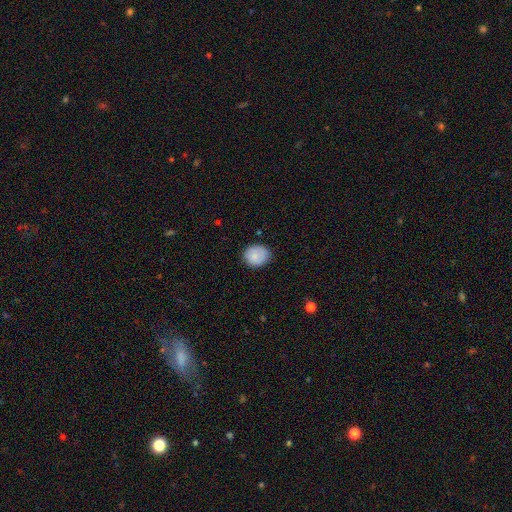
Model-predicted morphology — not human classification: The model was most divided on "how rounded": round: 66%, in between: 33%, cigar-shaped: 1%. More confident: smooth or featured — smooth (82%); merging — none (77%).